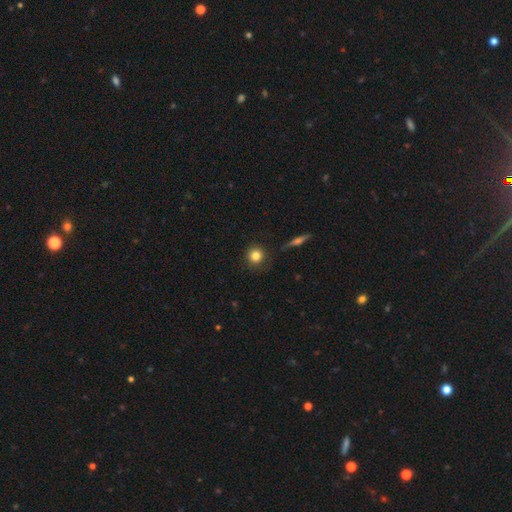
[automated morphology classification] smooth 81%, star or artifact 10%, featured or disk 8%. Down the decision tree: how rounded — round (93%); merging — none (86%).